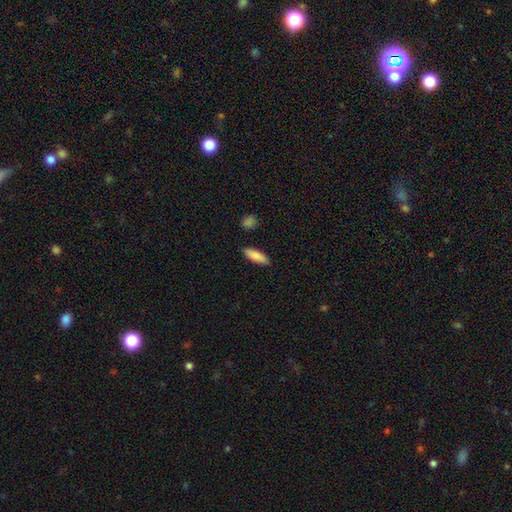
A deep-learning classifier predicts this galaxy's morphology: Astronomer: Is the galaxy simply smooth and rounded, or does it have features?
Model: smooth — 85%.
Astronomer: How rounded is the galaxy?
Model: in between — 54% (runner-up: cigar-shaped, 44%).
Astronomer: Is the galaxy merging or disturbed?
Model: none — 87%.